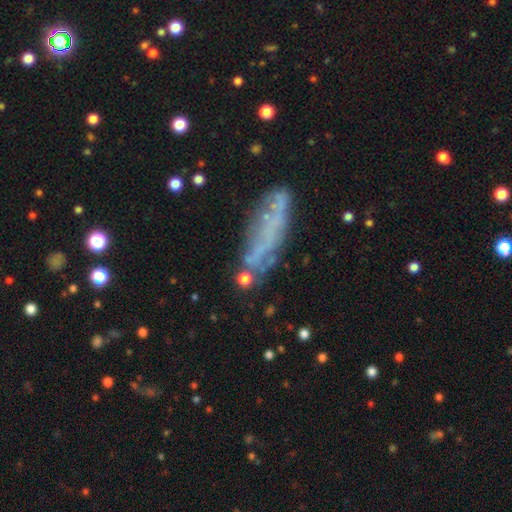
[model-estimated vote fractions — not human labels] smooth-or-featured: featured or disk: 50% | smooth: 38% | star or artifact: 12%
  merging: none: 56% | minor disturbance: 23% | major disturbance: 14% | merger: 7%